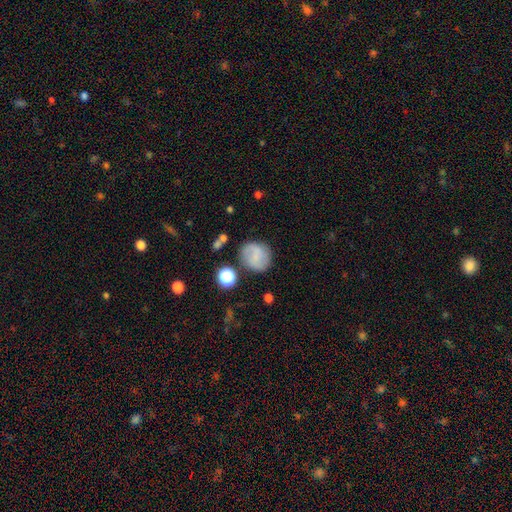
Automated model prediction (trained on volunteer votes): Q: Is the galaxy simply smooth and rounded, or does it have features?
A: smooth — 63%.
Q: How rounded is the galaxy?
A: round — 81%.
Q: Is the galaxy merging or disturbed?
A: none — 77%.